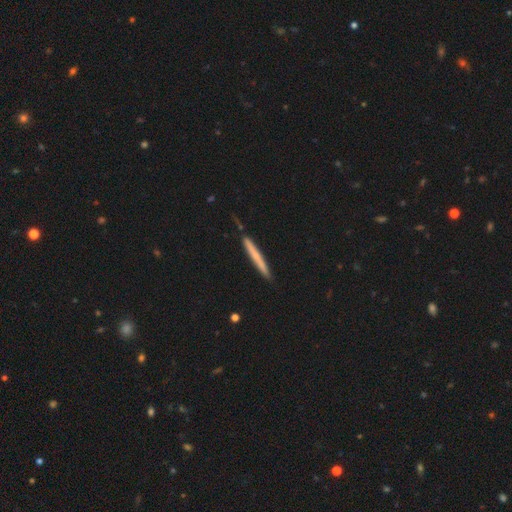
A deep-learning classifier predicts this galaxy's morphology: A smooth galaxy with no disk features (59%) that is cigar-shaped (97%).

Vote fractions:
- Smooth or featured? smooth: 59% / featured or disk: 36% / star or artifact: 6%
- How rounded? cigar-shaped: 97% / in between: 2% / round: 1%
- Merging? none: 86% / minor disturbance: 11% / merger: 2% / major disturbance: 2%